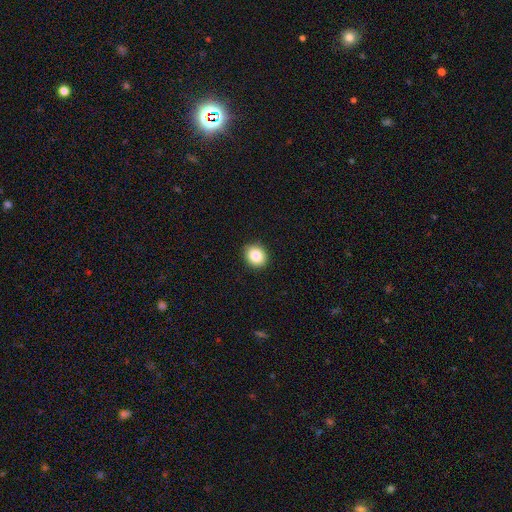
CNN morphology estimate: A smooth galaxy with no disk features (85%) that is round (67%).

Vote fractions:
- Smooth or featured? smooth: 85% / star or artifact: 9% / featured or disk: 6%
- How rounded? round: 67% / in between: 32% / cigar-shaped: 1%
- Merging? none: 91% / minor disturbance: 7% / major disturbance: 2% / merger: 1%